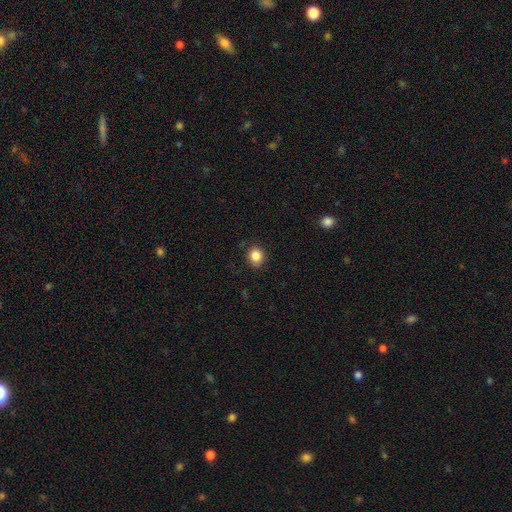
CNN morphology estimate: Smooth or featured? Predicted: smooth (p=0.86). How rounded? Predicted: round (p=0.67). Merging? Predicted: none (p=0.83).